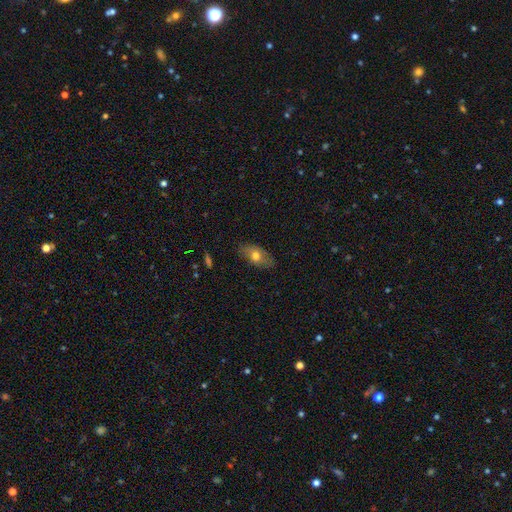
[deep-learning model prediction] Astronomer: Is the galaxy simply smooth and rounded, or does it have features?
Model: smooth — 67%.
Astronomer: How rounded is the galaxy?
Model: in between — 87%.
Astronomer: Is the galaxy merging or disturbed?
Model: none — 80%.